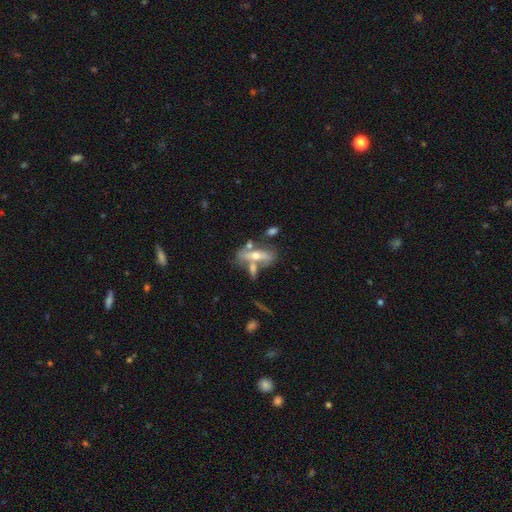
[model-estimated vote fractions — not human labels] Smooth or featured? featured or disk (57%)
Edge-on disk? yes (60%)
Merging? none (48%)